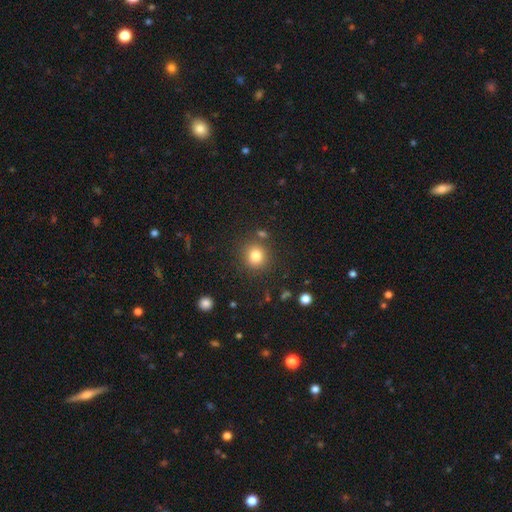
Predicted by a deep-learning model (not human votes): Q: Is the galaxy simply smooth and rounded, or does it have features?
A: smooth — 82%.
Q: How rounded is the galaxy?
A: round — 88%.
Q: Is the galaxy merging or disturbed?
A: none — 83%.